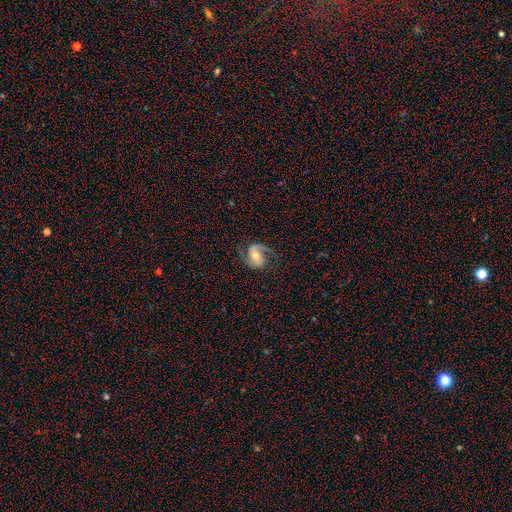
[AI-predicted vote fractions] Smooth or featured: featured or disk — 82% (smooth — 11%)
Edge-on disk: no — 97% (yes — 3%)
Bar: no — 41% (weak — 35%)
Spiral arms: yes — 95% (no — 5%)
Spiral winding: medium — 48% (loose — 34%)
Spiral arm count: 2 — 88% (1 — 6%)
Bulge size: moderate — 70% (small — 21%)
Merging: none — 73% (minor disturbance — 16%)